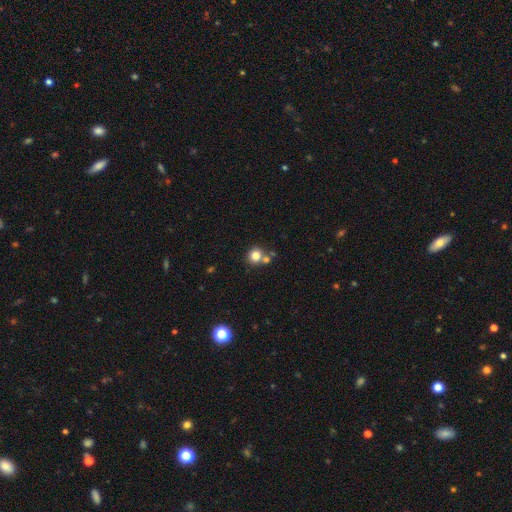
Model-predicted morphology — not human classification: Smooth or featured?
  - smooth: 81% *
  - star or artifact: 11%
  - featured or disk: 8%
How rounded?
  - round: 87% *
  - in between: 12%
  - cigar-shaped: 1%
Merging?
  - none: 60% *
  - merger: 27%
  - minor disturbance: 9%
  - major disturbance: 3%